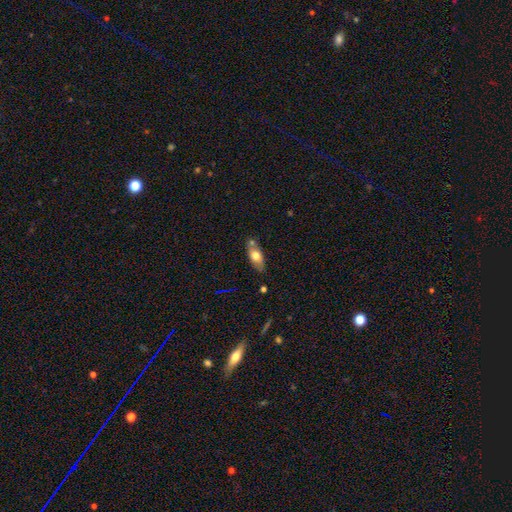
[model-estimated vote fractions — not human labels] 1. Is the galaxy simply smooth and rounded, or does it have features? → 65% smooth, 28% featured or disk, 7% star or artifact.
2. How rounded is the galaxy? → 79% in between, 17% cigar-shaped, 4% round.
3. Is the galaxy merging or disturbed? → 70% none, 16% minor disturbance, 10% merger, 3% major disturbance.